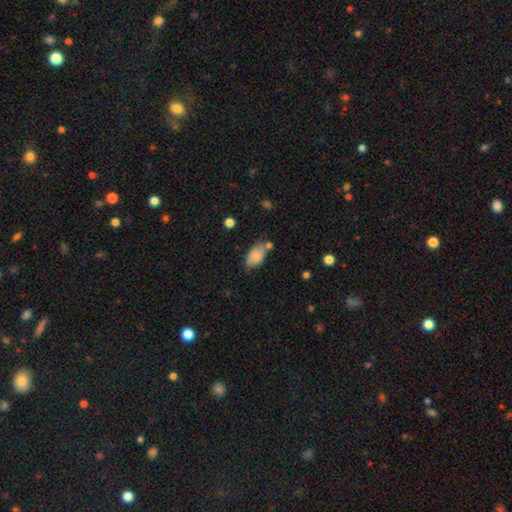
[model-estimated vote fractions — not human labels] Smooth or featured: smooth — 73% (featured or disk — 19%)
How rounded: in between — 93% (round — 5%)
Merging: none — 60% (minor disturbance — 23%)